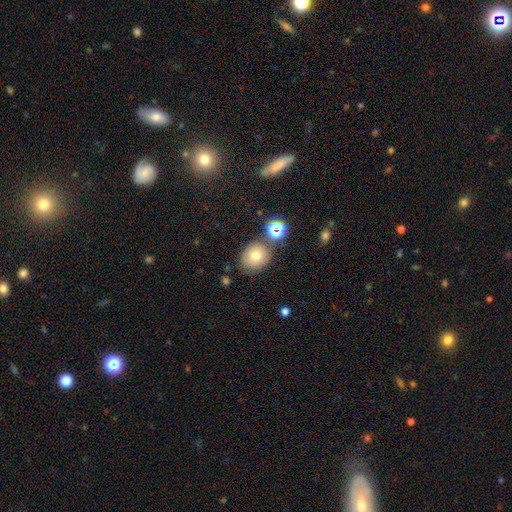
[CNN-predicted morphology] Smooth or featured: smooth — 71% (star or artifact — 15%)
How rounded: round — 79% (in between — 20%)
Merging: none — 74% (minor disturbance — 12%)